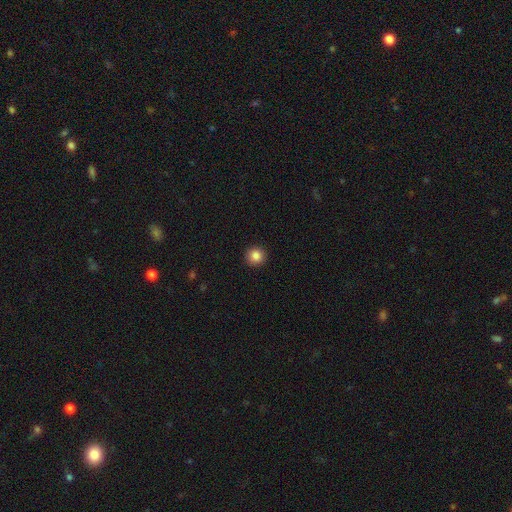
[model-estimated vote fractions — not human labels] Smooth or featured: smooth — 86% (star or artifact — 10%)
How rounded: round — 93% (in between — 6%)
Merging: none — 92% (minor disturbance — 5%)